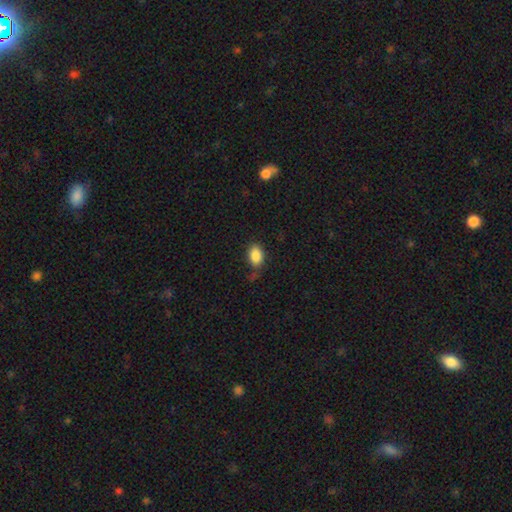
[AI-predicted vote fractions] This is clearly a smooth galaxy (87%). How rounded: clearly in between (85%). Merging: likely none (74%).